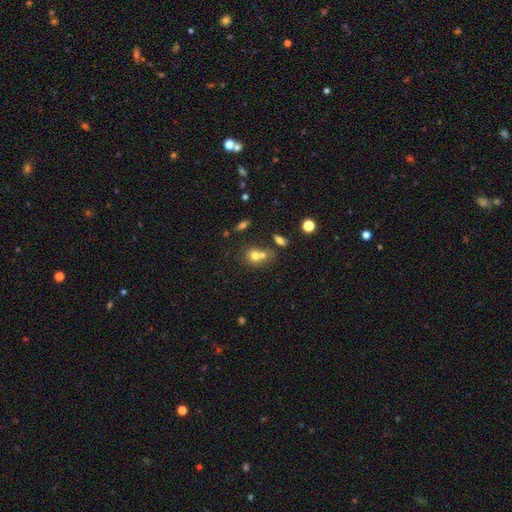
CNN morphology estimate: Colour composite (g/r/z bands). It shows a smooth galaxy with no disk features (69%) that is round (67%). Merging: merger (53%).